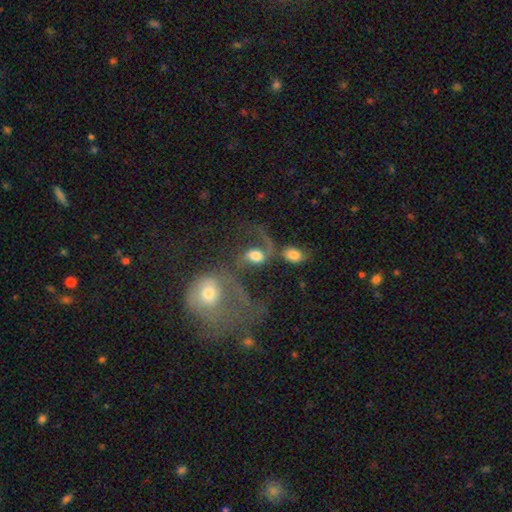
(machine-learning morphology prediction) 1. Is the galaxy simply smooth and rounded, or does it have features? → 65% featured or disk, 25% smooth, 10% star or artifact.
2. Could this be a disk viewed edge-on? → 96% no, 4% yes.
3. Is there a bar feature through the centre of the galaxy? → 46% no, 38% weak, 16% strong.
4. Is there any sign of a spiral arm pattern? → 88% yes, 12% no.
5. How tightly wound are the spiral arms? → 75% loose, 20% medium, 5% tight.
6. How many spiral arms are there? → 85% 2, 9% 1, 3% can't tell, 1% 3, 1% 4, 1% more than 4.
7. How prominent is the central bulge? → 42% moderate, 35% large, 13% small, 5% dominant, 5% none.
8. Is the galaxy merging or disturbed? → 37% merger, 30% none, 21% major disturbance, 13% minor disturbance.